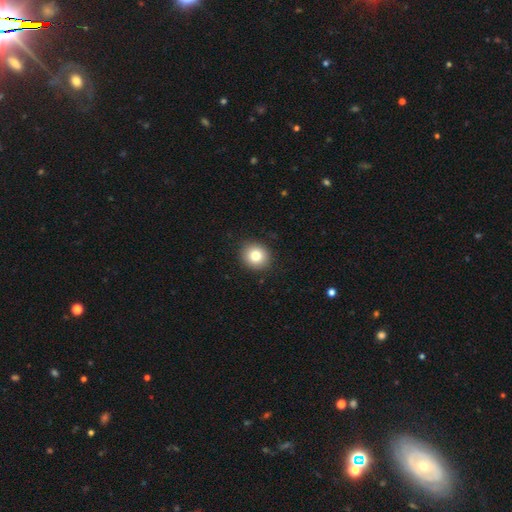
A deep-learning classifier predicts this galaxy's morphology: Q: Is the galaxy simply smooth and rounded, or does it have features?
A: smooth — 81%.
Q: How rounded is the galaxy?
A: round — 84%.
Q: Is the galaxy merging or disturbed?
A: none — 91%.